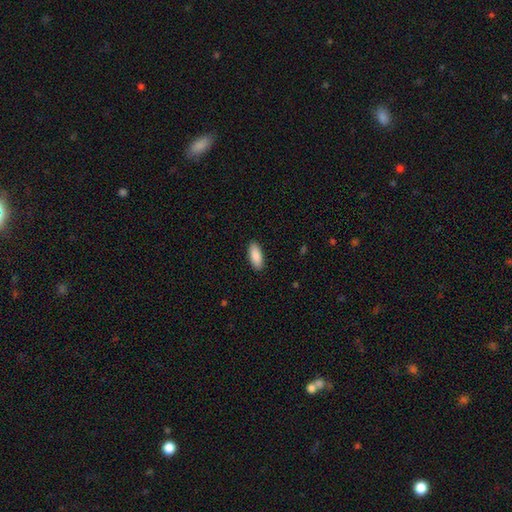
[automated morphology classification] This is clearly a smooth galaxy (90%). How rounded: clearly in between (83%). Merging: clearly none (90%).